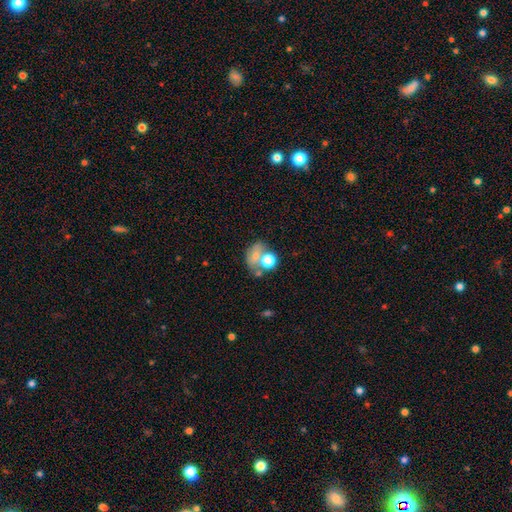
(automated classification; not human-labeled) smooth 63%, featured or disk 23%, star or artifact 14%. Down the decision tree: how rounded — in between (53%); merging — merger (43%).